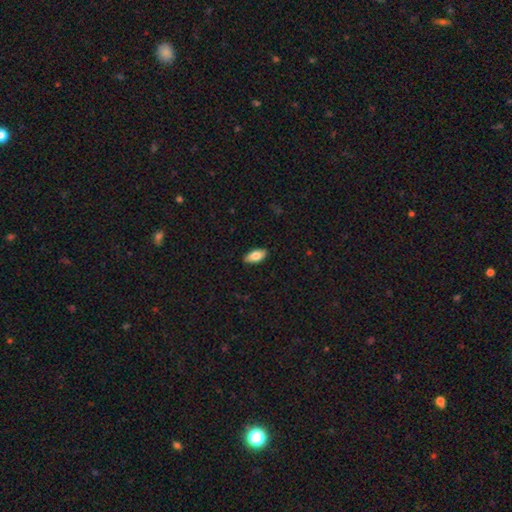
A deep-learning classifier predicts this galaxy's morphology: smooth 81%, featured or disk 13%, star or artifact 6%. Down the decision tree: how rounded — in between (90%); merging — none (89%).